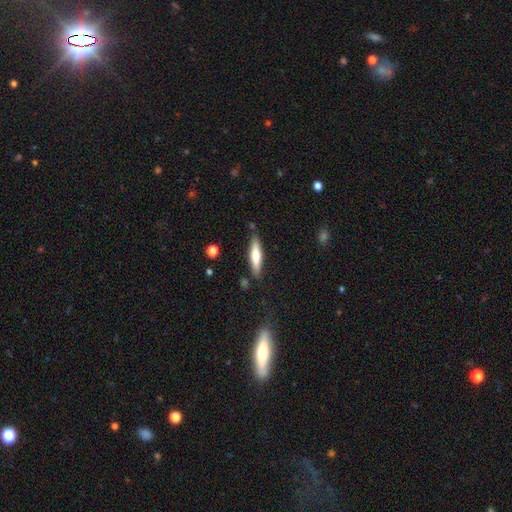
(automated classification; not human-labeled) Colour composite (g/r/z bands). It shows a smooth galaxy with no disk features (57%) that is cigar-shaped (79%). Merging: none (84%).